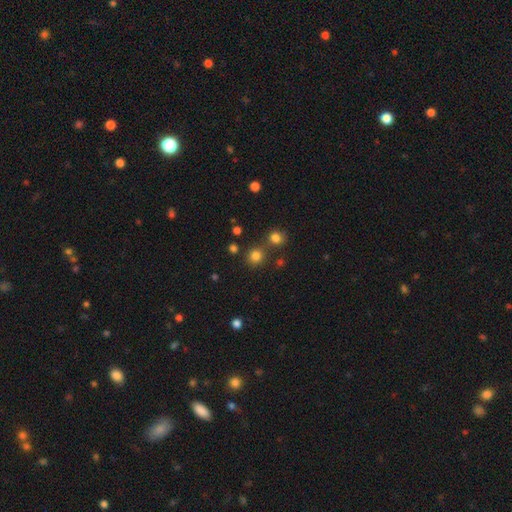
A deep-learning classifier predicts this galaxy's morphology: Q: Smooth or featured?
A: smooth (78%); runner-up: star or artifact (17%)
Q: How rounded?
A: round (91%); runner-up: in between (8%)
Q: Merging?
A: none (75%); runner-up: merger (15%)